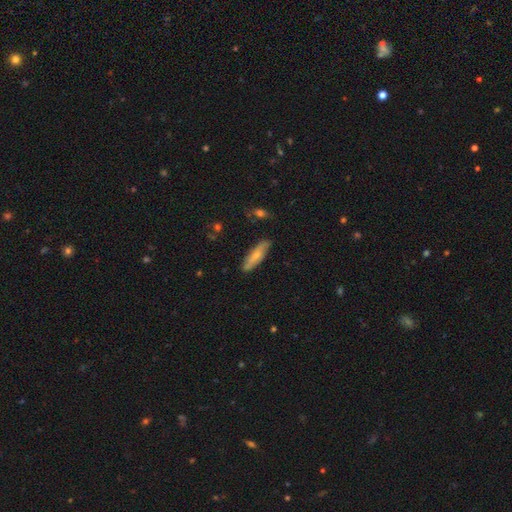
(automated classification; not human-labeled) This is likely a smooth galaxy (62%). How rounded: likely cigar-shaped (61%). Merging: clearly none (81%).